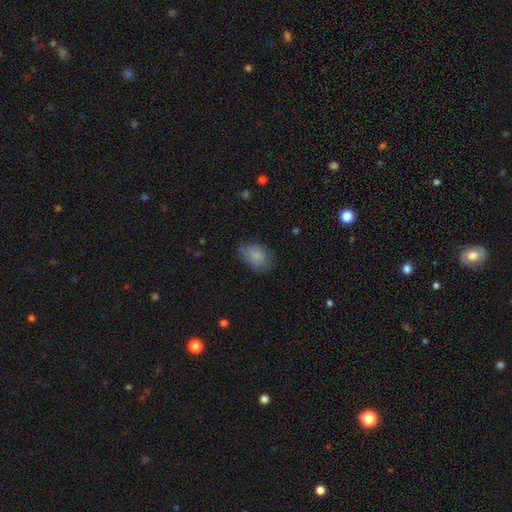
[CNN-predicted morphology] smooth-or-featured: smooth: 84% | featured or disk: 8% | star or artifact: 8%
  how-rounded: in between: 77% | round: 22% | cigar-shaped: 1%
  merging: none: 69% | minor disturbance: 23% | major disturbance: 6% | merger: 1%